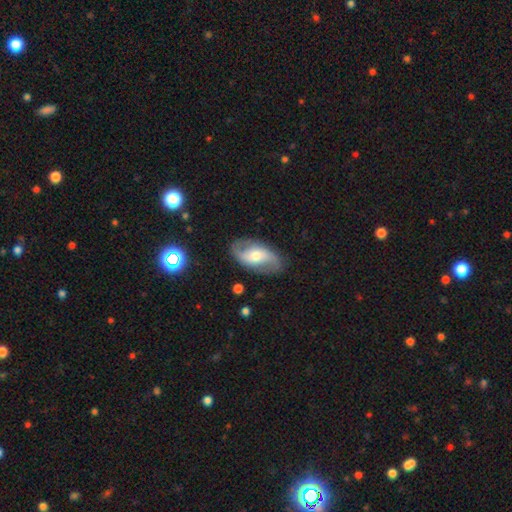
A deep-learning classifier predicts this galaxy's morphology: Smooth or featured? Predicted: featured or disk (p=0.70). Edge-on disk? Predicted: no (p=0.94). Bar? Predicted: no (p=0.45). Spiral arms? Predicted: yes (p=0.83). Spiral winding? Predicted: loose (p=0.49). Spiral arm count? Predicted: 2 (p=0.88). Bulge size? Predicted: moderate (p=0.60). Merging? Predicted: none (p=0.80).